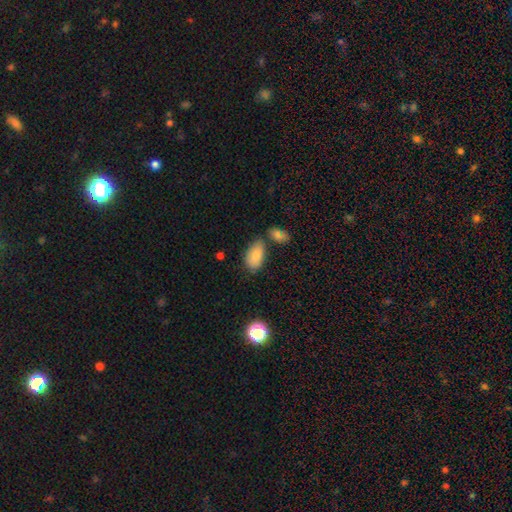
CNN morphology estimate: This appears to be a smooth galaxy with no disk features (82%) that is in between round and cigar-shaped (93%). Merging: none (61%).